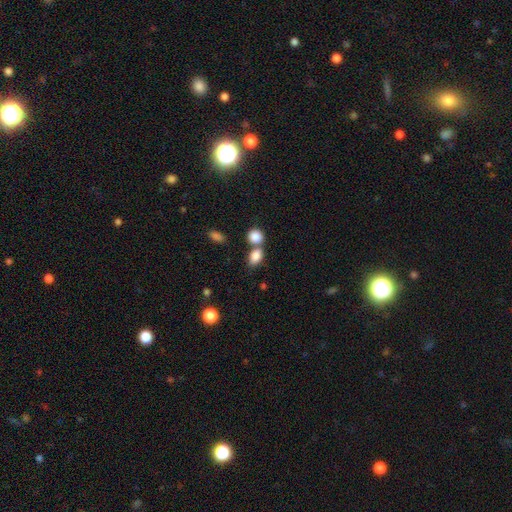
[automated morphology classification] smooth-or-featured: smooth: 85% | star or artifact: 9% | featured or disk: 6%
  how-rounded: in between: 75% | round: 23% | cigar-shaped: 2%
  merging: none: 47% | merger: 39% | minor disturbance: 10% | major disturbance: 4%